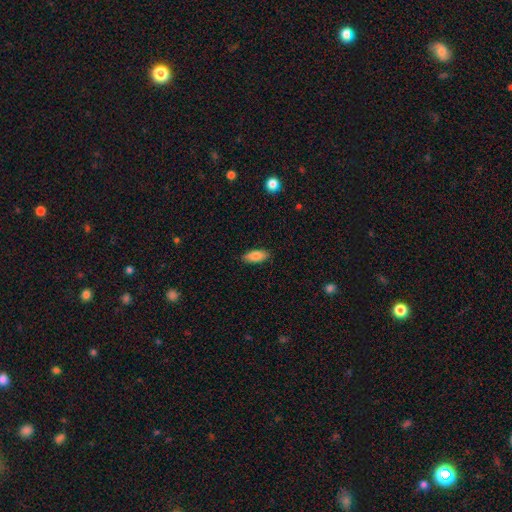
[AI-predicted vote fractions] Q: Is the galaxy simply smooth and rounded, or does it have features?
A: smooth — 84%.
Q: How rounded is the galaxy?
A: in between — 84%.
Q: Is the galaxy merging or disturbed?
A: none — 88%.